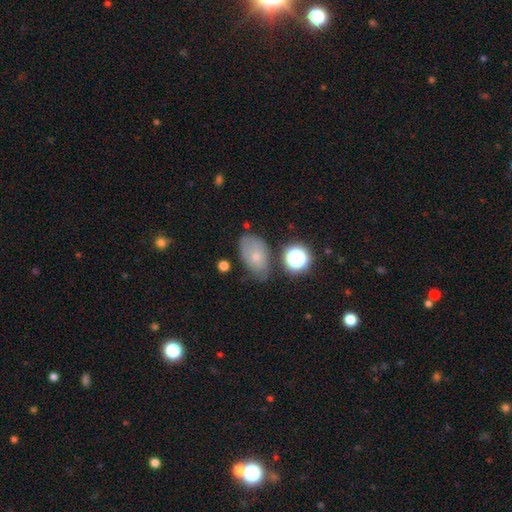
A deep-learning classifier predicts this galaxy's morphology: smooth 59%, featured or disk 28%, star or artifact 14%. Down the decision tree: how rounded — in between (84%); merging — none (59%).